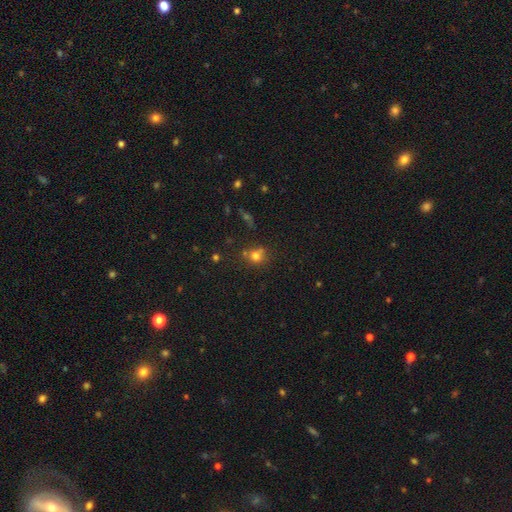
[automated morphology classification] smooth_or_featured: smooth (p=0.70) [alt: star or artifact p=0.19]
how_rounded: round (p=0.75) [alt: in between p=0.23]
merging: none (p=0.56) [alt: merger p=0.23]